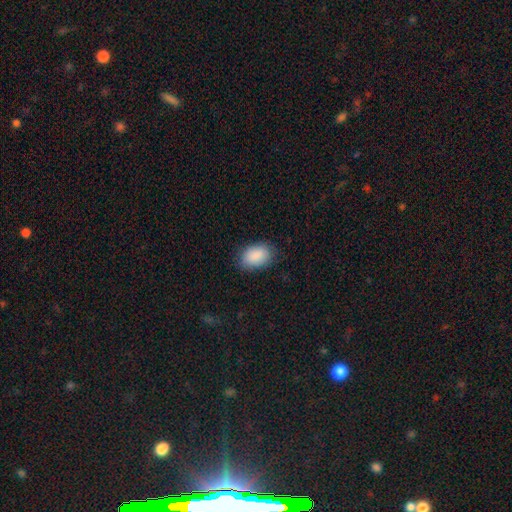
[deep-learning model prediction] Smooth or featured? smooth (90%)
How rounded? in between (89%)
Merging? none (82%)